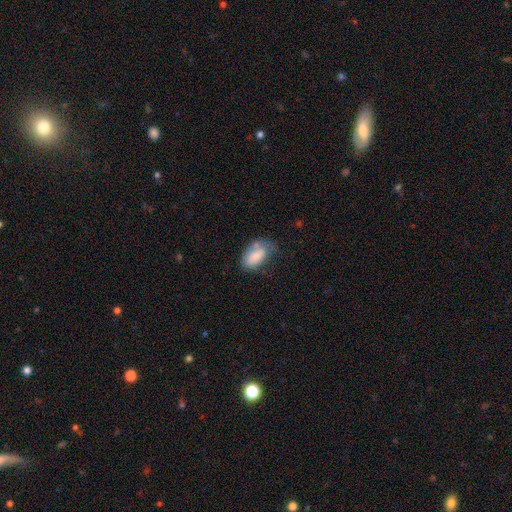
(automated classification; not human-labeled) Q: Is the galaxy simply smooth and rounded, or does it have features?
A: smooth — 77%.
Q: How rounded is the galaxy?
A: in between — 93%.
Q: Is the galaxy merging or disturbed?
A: none — 47%.